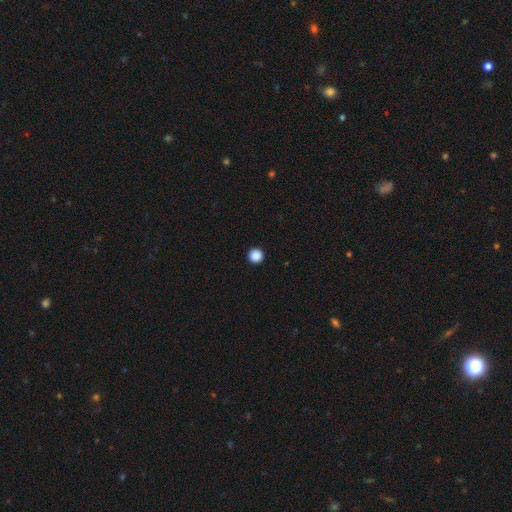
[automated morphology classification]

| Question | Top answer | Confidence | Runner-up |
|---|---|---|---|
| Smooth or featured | smooth | 88% | star or artifact (10%) |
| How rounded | round | 97% | in between (2%) |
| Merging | none | 94% | minor disturbance (3%) |